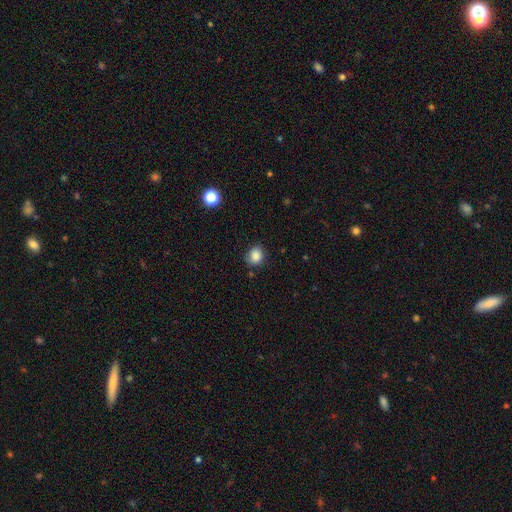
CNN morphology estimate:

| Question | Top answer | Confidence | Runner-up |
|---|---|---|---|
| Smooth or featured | smooth | 86% | star or artifact (10%) |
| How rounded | round | 69% | in between (30%) |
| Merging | none | 78% | minor disturbance (17%) |